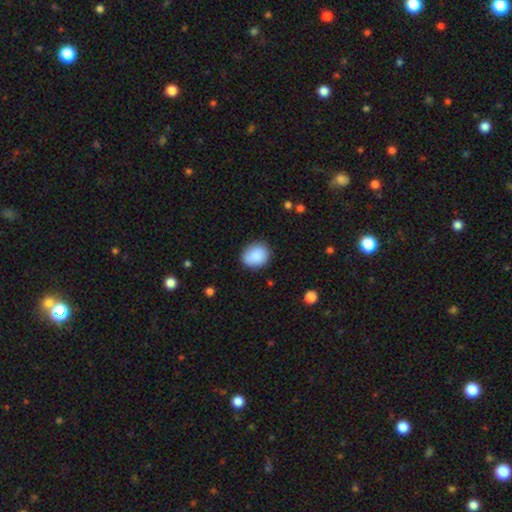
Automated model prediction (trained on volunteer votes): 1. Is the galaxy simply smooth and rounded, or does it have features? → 88% smooth, 7% star or artifact, 6% featured or disk.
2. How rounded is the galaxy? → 61% round, 38% in between, 1% cigar-shaped.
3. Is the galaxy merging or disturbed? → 82% none, 14% minor disturbance, 3% major disturbance, 1% merger.